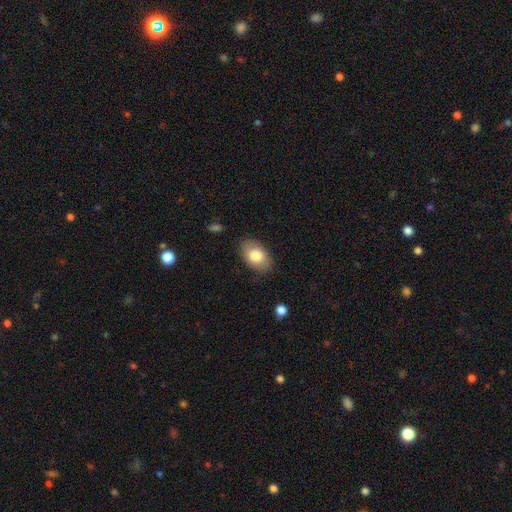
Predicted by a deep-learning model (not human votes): A smooth galaxy with no disk features (80%) that is in between round and cigar-shaped (90%). Merging: none (83%).